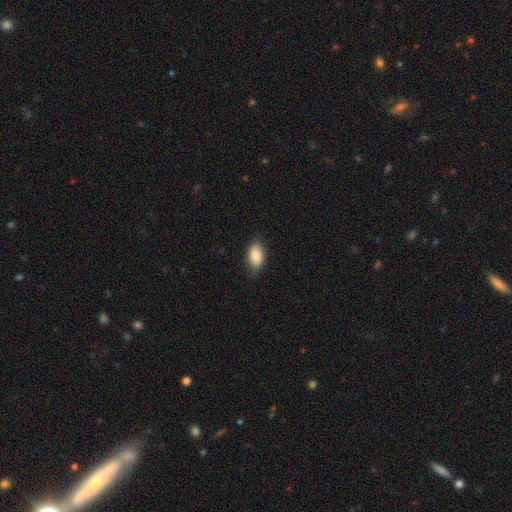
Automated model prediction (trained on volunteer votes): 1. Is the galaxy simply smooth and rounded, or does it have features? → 88% smooth, 7% star or artifact, 5% featured or disk.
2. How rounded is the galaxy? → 93% in between, 5% round, 2% cigar-shaped.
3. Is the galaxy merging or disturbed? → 81% none, 15% minor disturbance, 3% major disturbance, 1% merger.